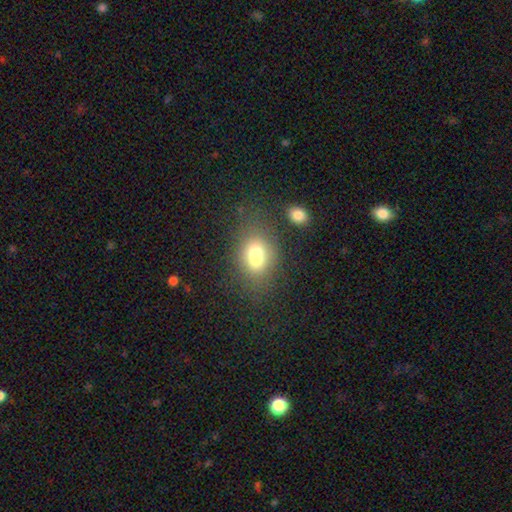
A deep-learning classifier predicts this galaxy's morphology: A smooth galaxy with no disk features (66%) that is in between round and cigar-shaped (56%).

Vote fractions:
- Smooth or featured? smooth: 66% / featured or disk: 22% / star or artifact: 12%
- How rounded? in between: 56% / round: 42% / cigar-shaped: 1%
- Merging? merger: 51% / none: 33% / minor disturbance: 11% / major disturbance: 5%